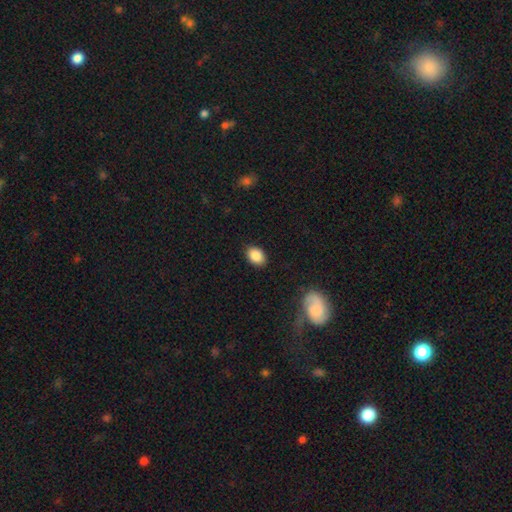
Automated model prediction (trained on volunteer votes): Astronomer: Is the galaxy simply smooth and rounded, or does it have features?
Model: smooth — 88%.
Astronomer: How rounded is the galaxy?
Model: in between — 79%.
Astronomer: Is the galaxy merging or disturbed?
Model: none — 87%.